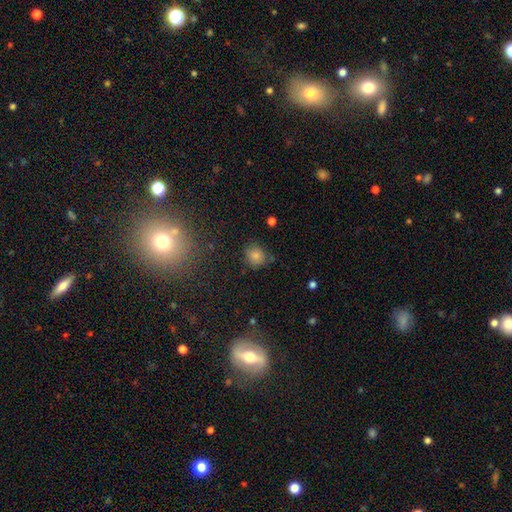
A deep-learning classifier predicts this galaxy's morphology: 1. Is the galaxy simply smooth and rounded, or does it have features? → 81% smooth, 13% star or artifact, 6% featured or disk.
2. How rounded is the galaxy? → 82% round, 17% in between, 1% cigar-shaped.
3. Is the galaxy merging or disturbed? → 74% none, 17% minor disturbance, 4% major disturbance, 4% merger.